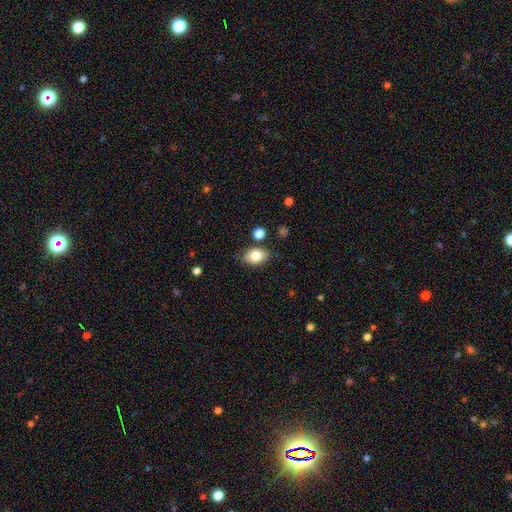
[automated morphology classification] type=smooth (82%); roundness=in between (83%); merging=none (77%).